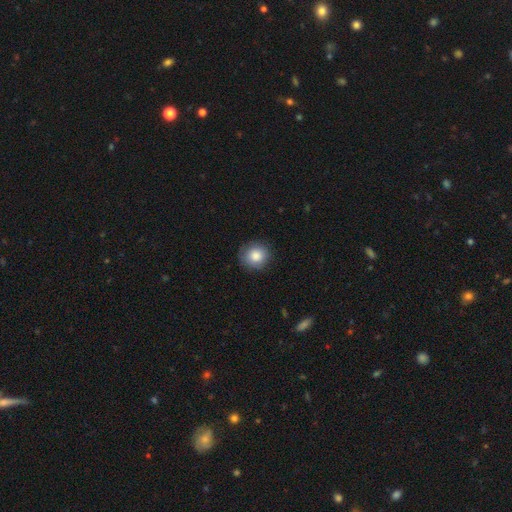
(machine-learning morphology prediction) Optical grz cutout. It shows a smooth galaxy with no disk features (85%) that is round (90%). Merging: none (87%).